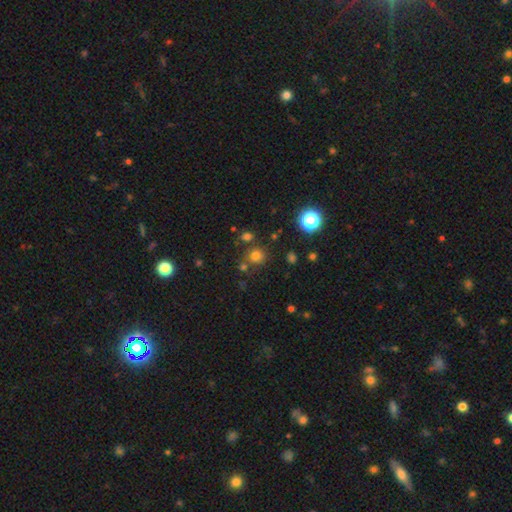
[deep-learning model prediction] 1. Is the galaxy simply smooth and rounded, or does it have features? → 70% smooth, 23% star or artifact, 7% featured or disk.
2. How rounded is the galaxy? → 88% round, 11% in between, 1% cigar-shaped.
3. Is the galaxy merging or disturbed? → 75% none, 11% merger, 10% minor disturbance, 4% major disturbance.